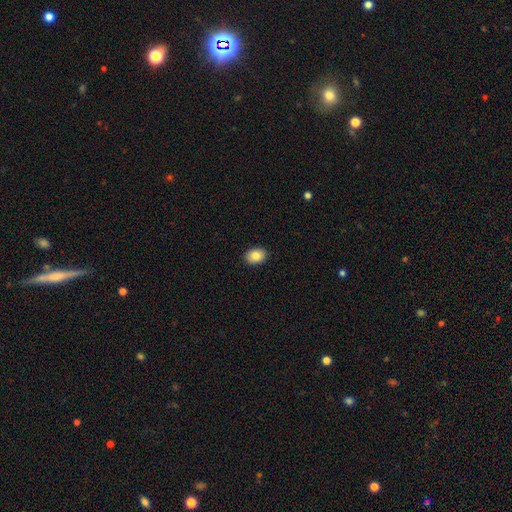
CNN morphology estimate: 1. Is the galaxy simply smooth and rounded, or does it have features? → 83% smooth, 9% featured or disk, 8% star or artifact.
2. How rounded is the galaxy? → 73% in between, 26% round, 1% cigar-shaped.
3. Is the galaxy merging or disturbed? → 91% none, 7% minor disturbance, 2% major disturbance, 1% merger.